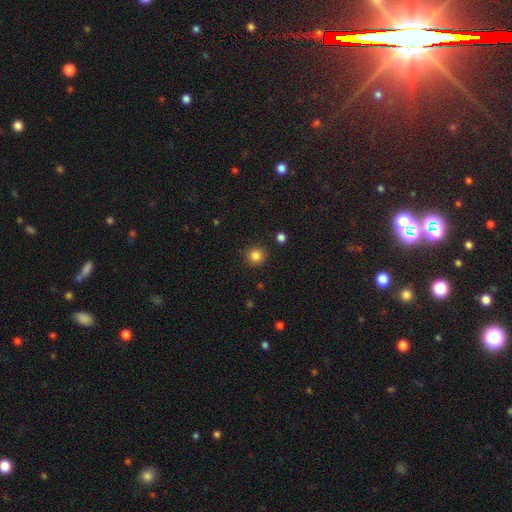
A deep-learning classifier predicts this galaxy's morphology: Smooth or featured? Predicted: smooth (p=0.84). How rounded? Predicted: round (p=0.94). Merging? Predicted: none (p=0.90).